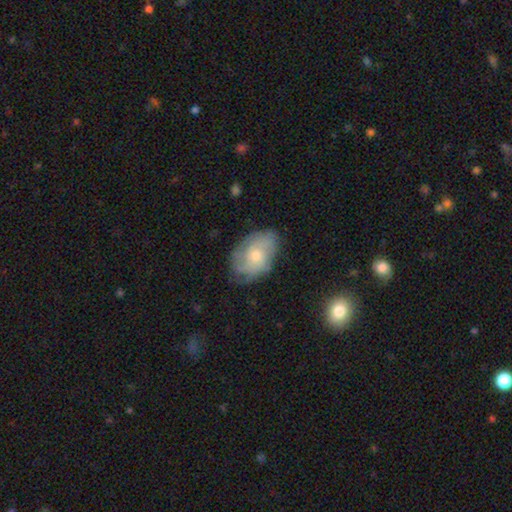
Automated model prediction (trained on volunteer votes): Smooth or featured? featured or disk (50%)
Edge-on disk? no (95%)
Merging? none (68%)